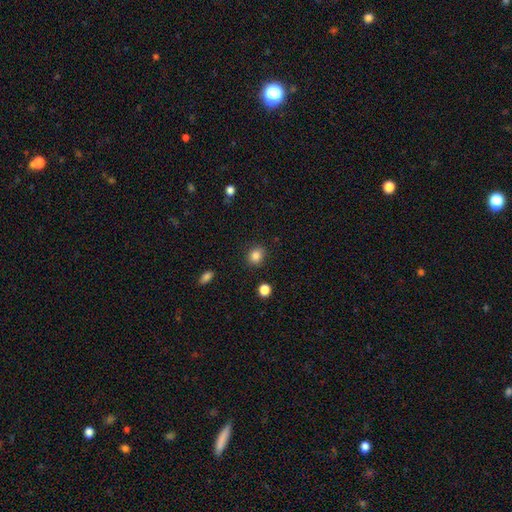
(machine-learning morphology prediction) Smooth or featured? Predicted: smooth (p=0.85). How rounded? Predicted: round (p=0.70). Merging? Predicted: none (p=0.87).